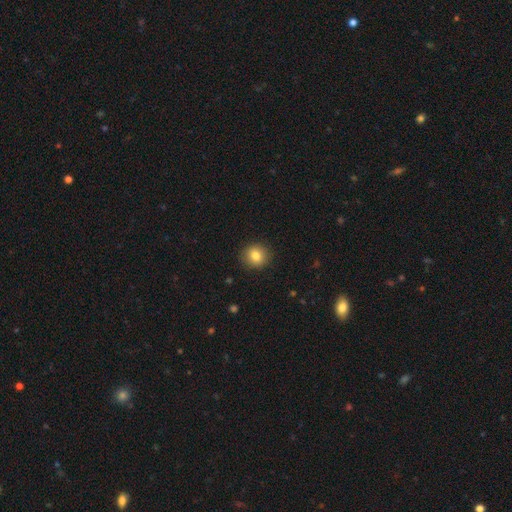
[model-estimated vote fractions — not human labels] Q: Smooth or featured?
A: smooth (82%); runner-up: star or artifact (10%)
Q: How rounded?
A: round (87%); runner-up: in between (12%)
Q: Merging?
A: none (91%); runner-up: minor disturbance (6%)